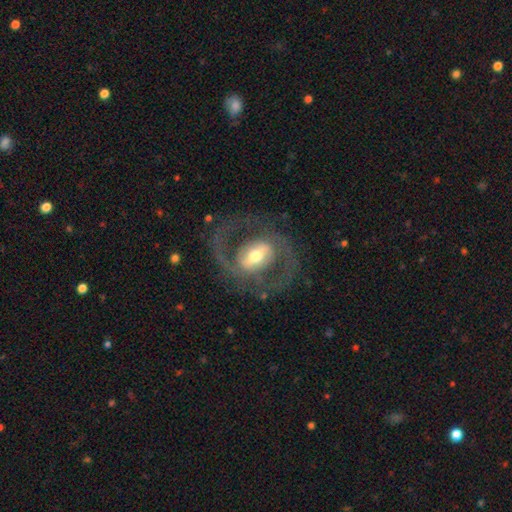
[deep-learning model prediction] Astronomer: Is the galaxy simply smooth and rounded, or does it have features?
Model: featured or disk — 84%.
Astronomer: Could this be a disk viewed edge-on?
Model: no — 96%.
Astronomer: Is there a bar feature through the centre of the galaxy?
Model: strong — 45% (runner-up: weak, 37%).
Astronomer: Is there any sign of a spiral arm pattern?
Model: yes — 84%.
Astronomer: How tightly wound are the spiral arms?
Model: medium — 56%.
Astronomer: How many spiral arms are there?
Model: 2 — 88%.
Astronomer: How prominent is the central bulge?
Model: moderate — 63%.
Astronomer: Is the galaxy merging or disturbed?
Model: none — 74%.